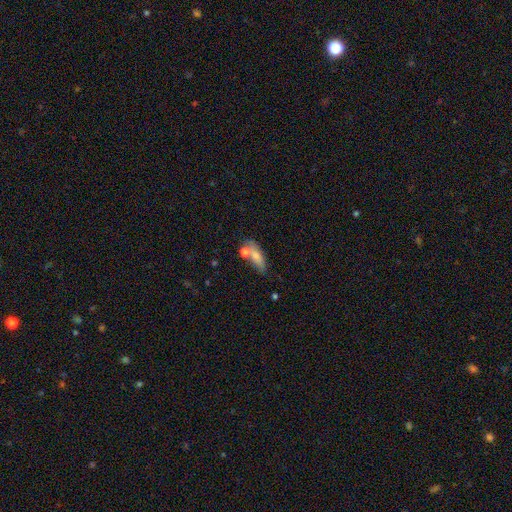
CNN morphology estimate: This is likely a smooth galaxy (73%). How rounded: likely in between (66%). Merging: possibly none (50%).